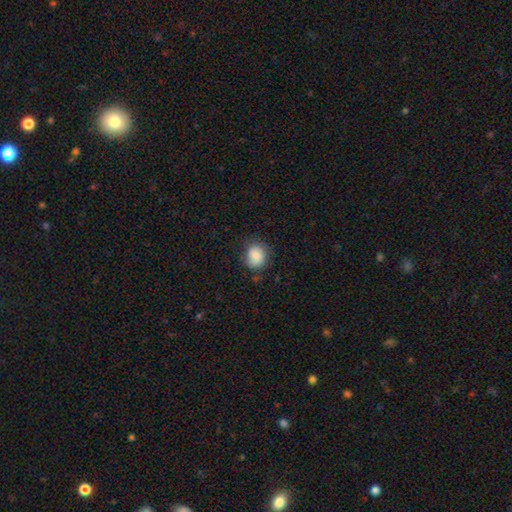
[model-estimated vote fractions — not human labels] smooth 82%, featured or disk 11%, star or artifact 8%. Down the decision tree: how rounded — round (72%); merging — none (73%).